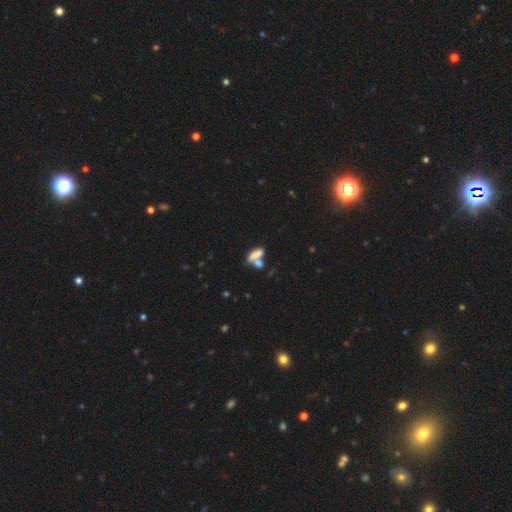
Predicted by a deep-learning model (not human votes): smooth_or_featured: smooth (p=0.70) [alt: featured or disk p=0.19]
how_rounded: in between (p=0.77) [alt: cigar-shaped p=0.17]
merging: merger (p=0.60) [alt: none p=0.24]